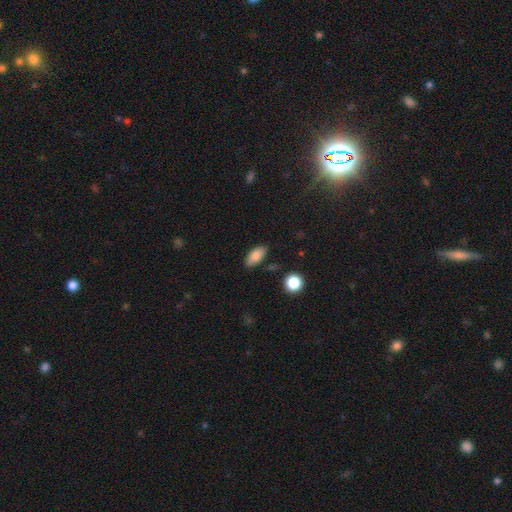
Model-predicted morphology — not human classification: type=smooth (83%); roundness=in between (90%); merging=none (84%).